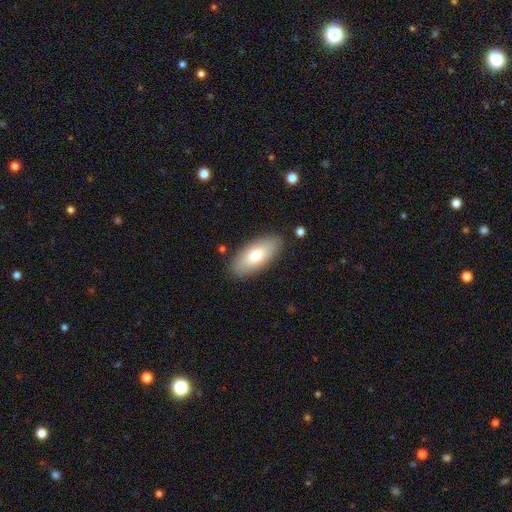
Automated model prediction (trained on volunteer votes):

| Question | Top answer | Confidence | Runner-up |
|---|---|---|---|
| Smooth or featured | smooth | 72% | featured or disk (21%) |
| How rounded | in between | 87% | cigar-shaped (10%) |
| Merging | none | 87% | minor disturbance (9%) |